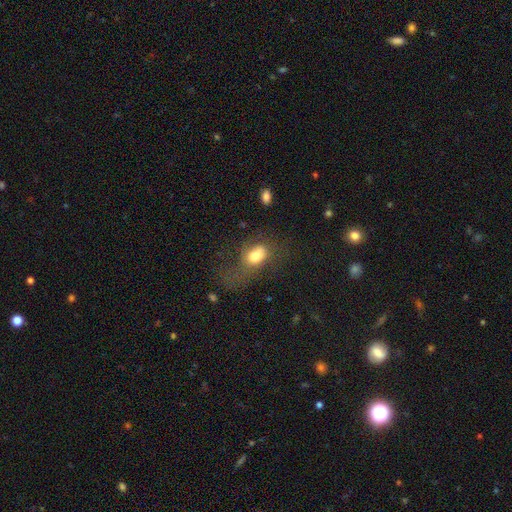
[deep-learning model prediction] Smooth or featured? smooth (73%)
How rounded? in between (77%)
Merging? major disturbance (42%)